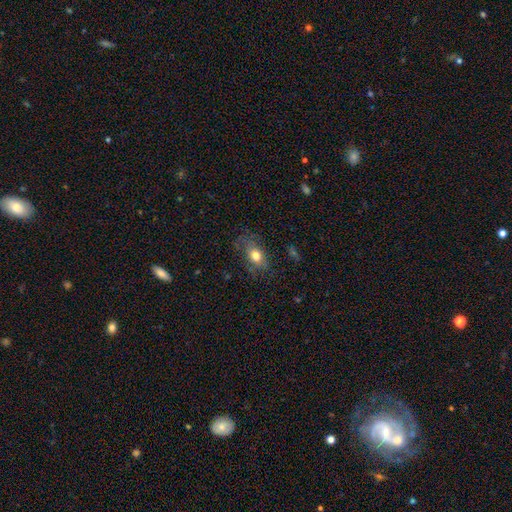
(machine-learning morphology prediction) type=smooth (73%); roundness=in between (83%); merging=none (65%).